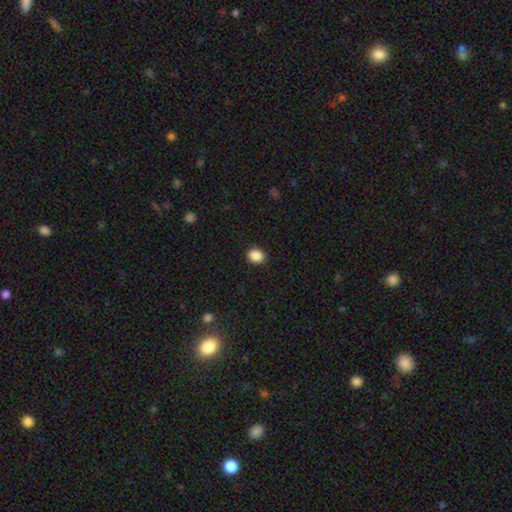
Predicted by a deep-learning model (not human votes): smooth-or-featured: smooth: 88% | star or artifact: 9% | featured or disk: 3%
  how-rounded: round: 67% | in between: 32% | cigar-shaped: 1%
  merging: none: 90% | minor disturbance: 7% | major disturbance: 2% | merger: 1%